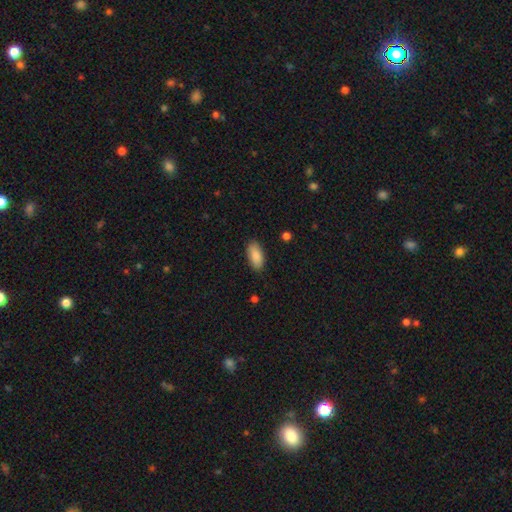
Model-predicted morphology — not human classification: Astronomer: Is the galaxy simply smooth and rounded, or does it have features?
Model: smooth — 89%.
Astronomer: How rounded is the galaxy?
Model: in between — 90%.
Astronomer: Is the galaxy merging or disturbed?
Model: none — 87%.